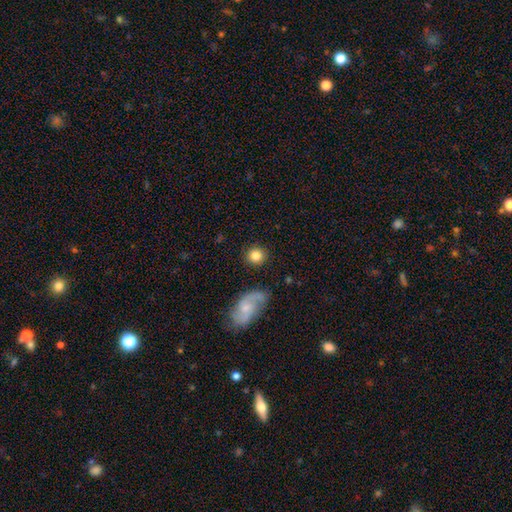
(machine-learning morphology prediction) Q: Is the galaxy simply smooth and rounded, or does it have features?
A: smooth — 80%.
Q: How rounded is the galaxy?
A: round — 88%.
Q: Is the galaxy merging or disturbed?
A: none — 86%.